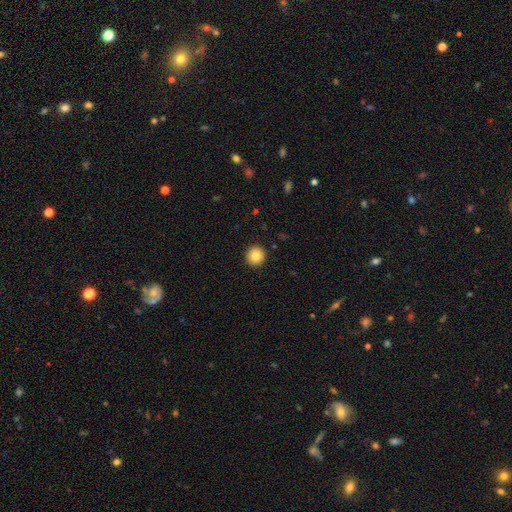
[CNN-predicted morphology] Smooth or featured? smooth (85%)
How rounded? round (96%)
Merging? none (93%)